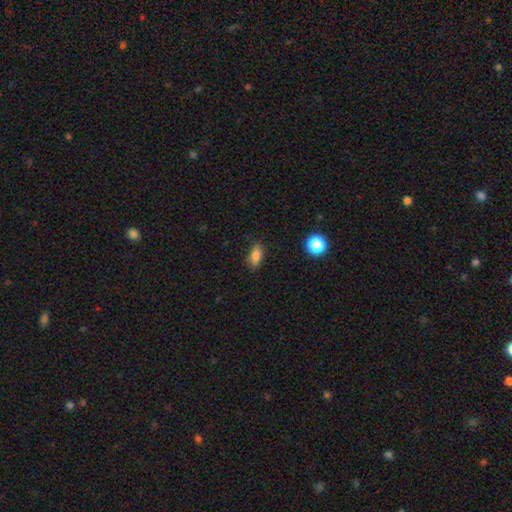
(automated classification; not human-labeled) Smooth or featured: smooth — 83% (star or artifact — 10%)
How rounded: in between — 84% (cigar-shaped — 10%)
Merging: none — 83% (minor disturbance — 12%)